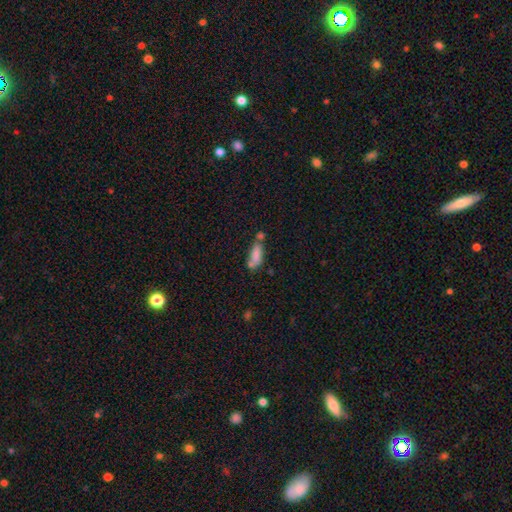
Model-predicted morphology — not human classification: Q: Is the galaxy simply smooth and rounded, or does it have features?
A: smooth — 79%.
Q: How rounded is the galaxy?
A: in between — 69%.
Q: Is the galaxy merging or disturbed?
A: none — 41%.